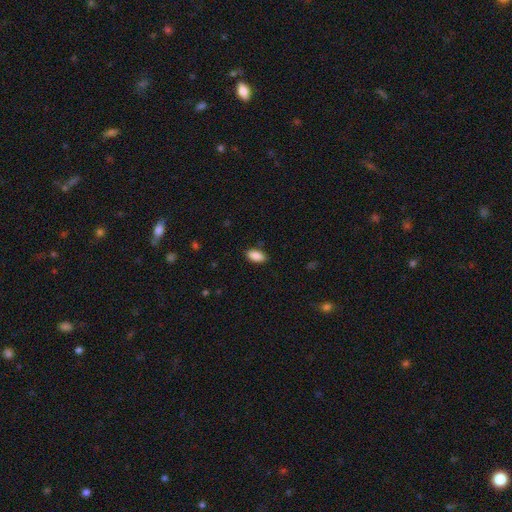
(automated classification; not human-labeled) This is clearly a smooth galaxy (88%). How rounded: clearly in between (91%). Merging: clearly none (86%).